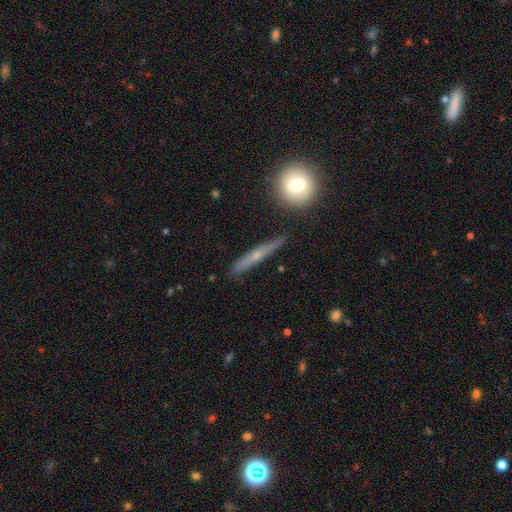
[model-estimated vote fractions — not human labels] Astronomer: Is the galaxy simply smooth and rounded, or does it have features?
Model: featured or disk — 57% (runner-up: smooth, 35%).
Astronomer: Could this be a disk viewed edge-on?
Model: yes — 92%.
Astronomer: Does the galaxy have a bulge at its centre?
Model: rounded — 66%.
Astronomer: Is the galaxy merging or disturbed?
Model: none — 87%.